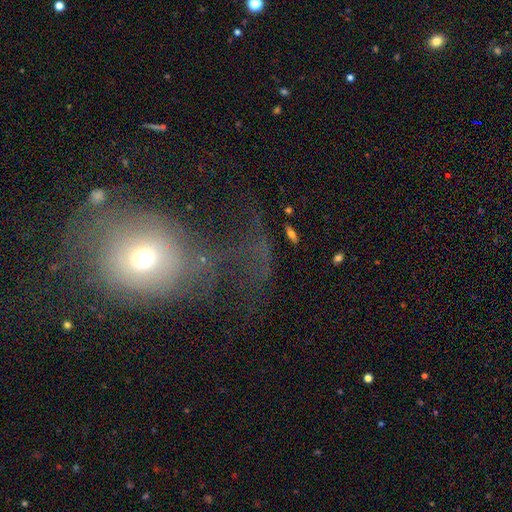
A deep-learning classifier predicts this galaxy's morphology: smooth_or_featured: smooth (p=0.51) [alt: star or artifact p=0.25]
how_rounded: round (p=0.75) [alt: in between p=0.23]
merging: major disturbance (p=0.42) [alt: none p=0.37]